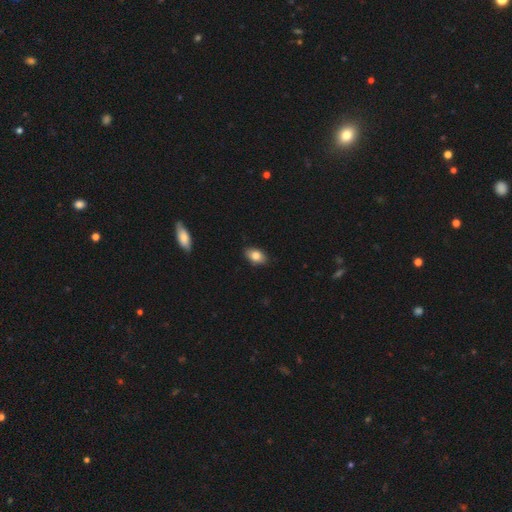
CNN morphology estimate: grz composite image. It shows a smooth galaxy with no disk features (84%) that is in between round and cigar-shaped (89%). Merging: none (87%).